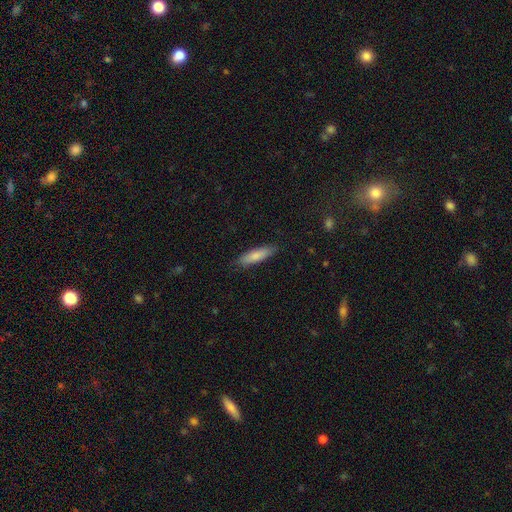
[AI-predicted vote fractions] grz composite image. It shows a smooth galaxy with no disk features (80%) that is cigar-shaped (61%). Merging: none (85%).